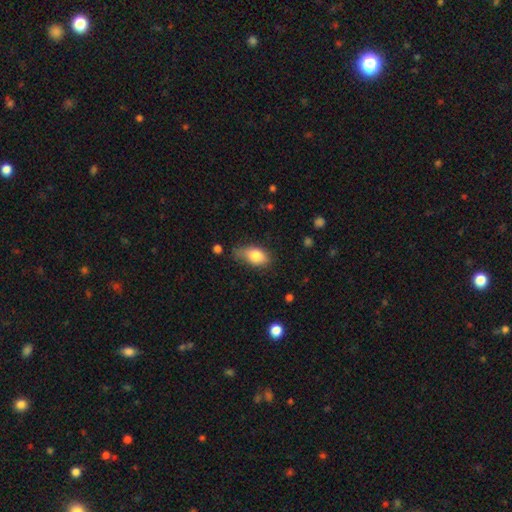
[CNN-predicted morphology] Smooth or featured: smooth — 80% (featured or disk — 12%)
How rounded: in between — 88% (round — 8%)
Merging: none — 48% (minor disturbance — 38%)